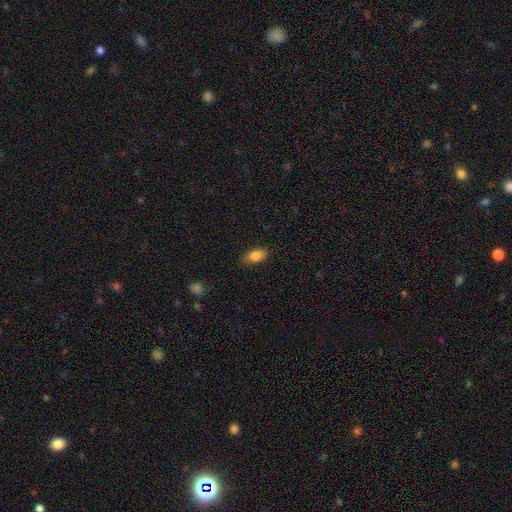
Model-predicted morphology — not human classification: This appears to be a smooth galaxy with no disk features (84%) that is in between round and cigar-shaped (90%). Merging: none (85%).